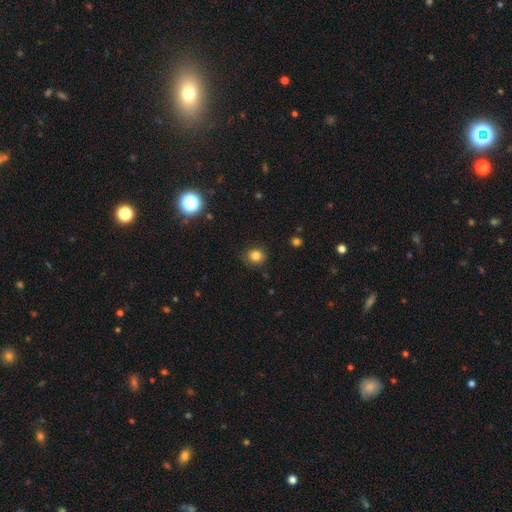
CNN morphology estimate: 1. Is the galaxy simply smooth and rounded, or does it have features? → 83% smooth, 12% star or artifact, 5% featured or disk.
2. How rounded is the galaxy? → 85% round, 14% in between, 1% cigar-shaped.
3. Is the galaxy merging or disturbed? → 88% none, 9% minor disturbance, 2% major disturbance, 1% merger.